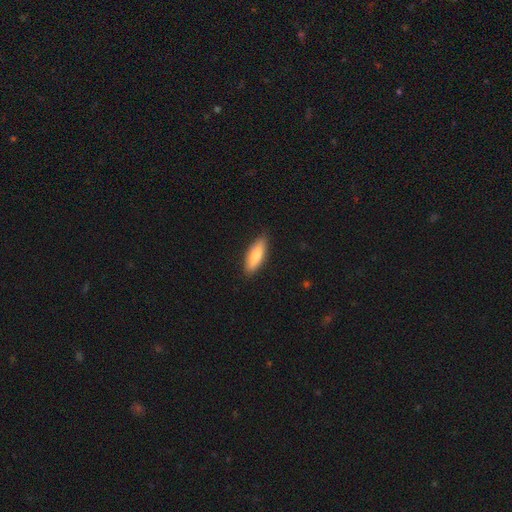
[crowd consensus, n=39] Smooth or featured?
  - smooth: 74% *
  - featured or disk: 15%
  - star or artifact: 10%
How rounded?
  - in between: 59% *
  - cigar-shaped: 41%
  - round: 0%
Merging?
  - none: 89% *
  - minor disturbance: 9%
  - major disturbance: 3%
  - merger: 0%